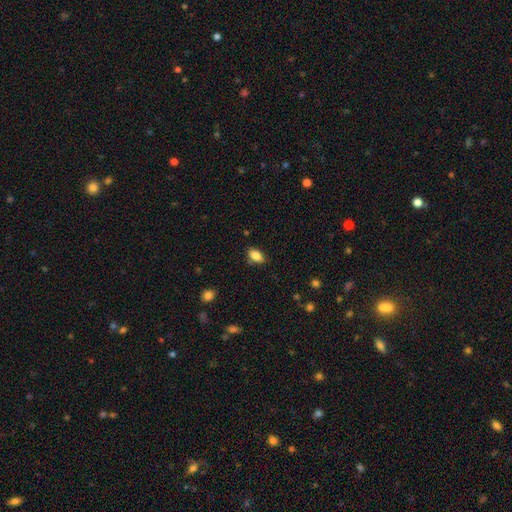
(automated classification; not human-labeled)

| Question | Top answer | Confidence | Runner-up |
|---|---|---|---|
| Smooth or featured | smooth | 85% | star or artifact (8%) |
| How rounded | in between | 89% | round (7%) |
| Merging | none | 81% | minor disturbance (14%) |